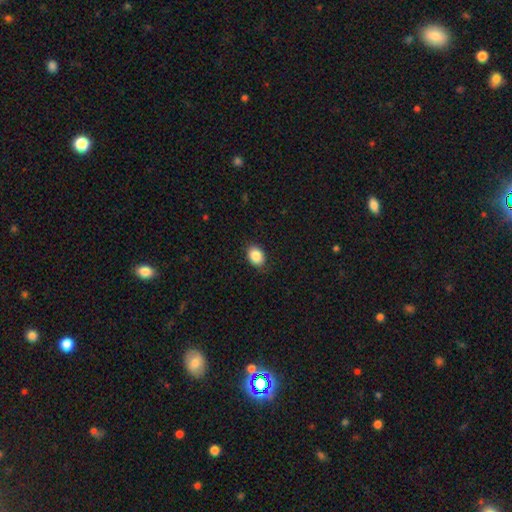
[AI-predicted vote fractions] Smooth or featured: smooth — 87% (star or artifact — 8%)
How rounded: in between — 68% (round — 31%)
Merging: none — 84% (minor disturbance — 12%)